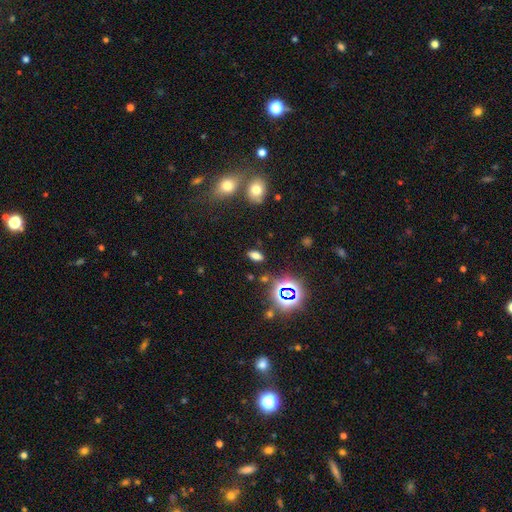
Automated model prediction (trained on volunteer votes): A smooth galaxy with no disk features (65%) that is in between round and cigar-shaped (85%). Merging: none (84%).